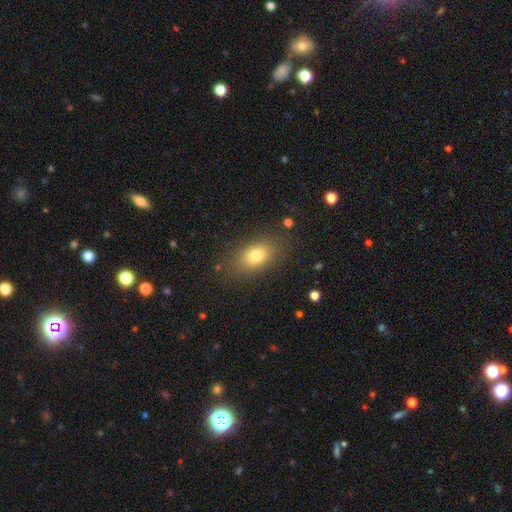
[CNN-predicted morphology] type=smooth (77%); roundness=in between (83%); merging=none (83%).